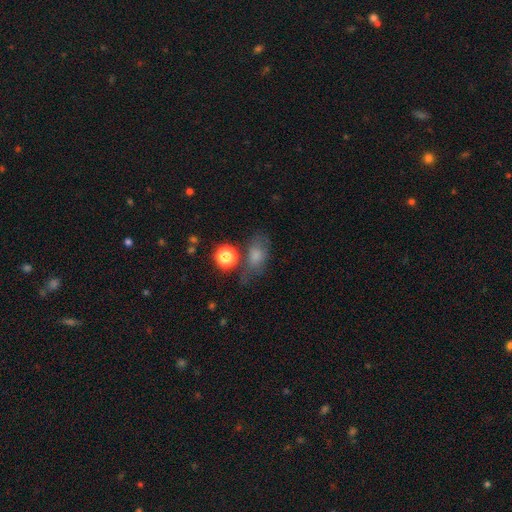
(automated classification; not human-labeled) Smooth or featured: smooth — 74% (star or artifact — 13%)
How rounded: in between — 74% (round — 22%)
Merging: none — 53% (minor disturbance — 23%)